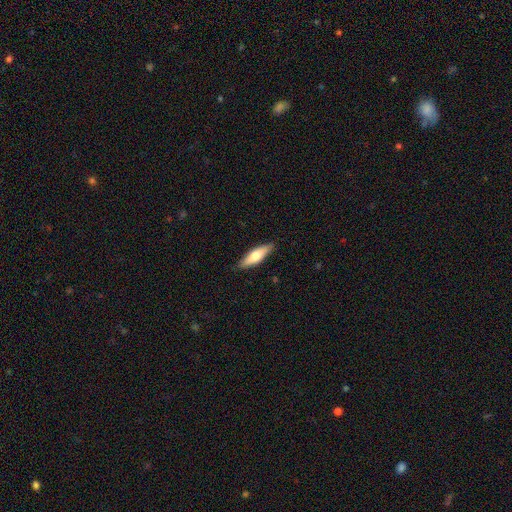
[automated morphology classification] A smooth galaxy with no disk features (62%) that is cigar-shaped (56%).

Vote fractions:
- Smooth or featured? smooth: 62% / featured or disk: 32% / star or artifact: 5%
- How rounded? cigar-shaped: 56% / in between: 42% / round: 2%
- Merging? none: 87% / minor disturbance: 10% / major disturbance: 2% / merger: 1%